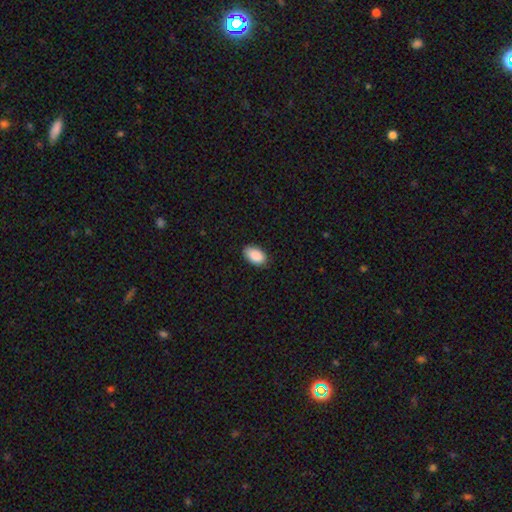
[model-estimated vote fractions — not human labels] This is clearly a smooth galaxy (90%). How rounded: clearly in between (94%). Merging: clearly none (85%).